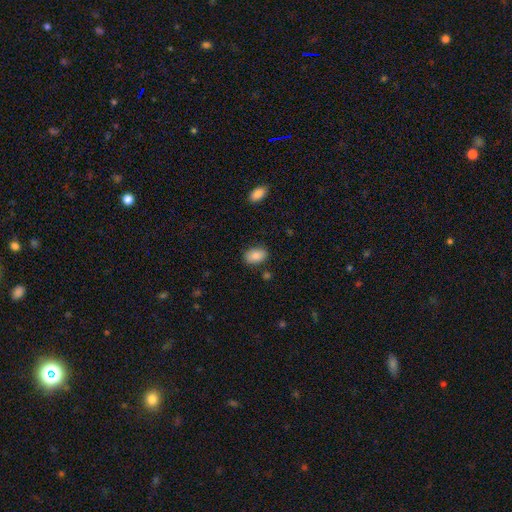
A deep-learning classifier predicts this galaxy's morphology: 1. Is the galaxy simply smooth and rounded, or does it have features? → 85% smooth, 8% featured or disk, 7% star or artifact.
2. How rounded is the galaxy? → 86% in between, 12% round, 1% cigar-shaped.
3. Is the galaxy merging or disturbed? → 82% none, 13% minor disturbance, 3% major disturbance, 2% merger.